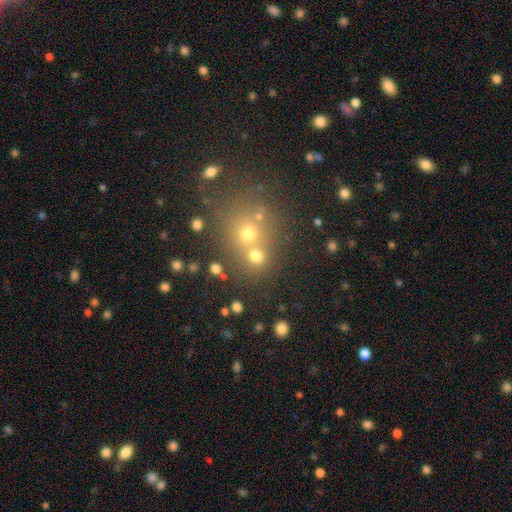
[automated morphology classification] This appears to be a smooth galaxy with no disk features (69%) that is round (84%). Merging: none (54%).